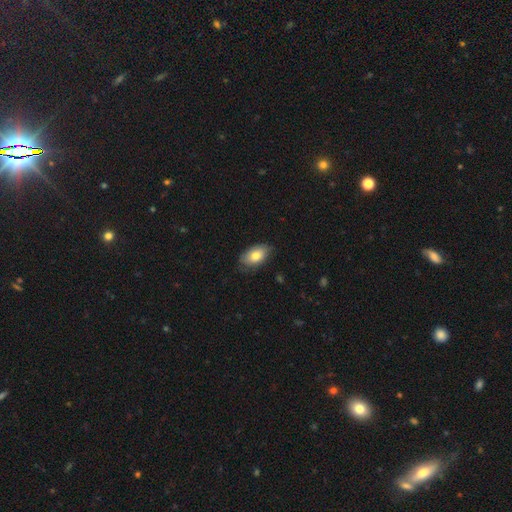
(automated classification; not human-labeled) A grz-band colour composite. It shows a smooth galaxy with no disk features (77%) that is in between round and cigar-shaped (92%). Merging: none (76%).